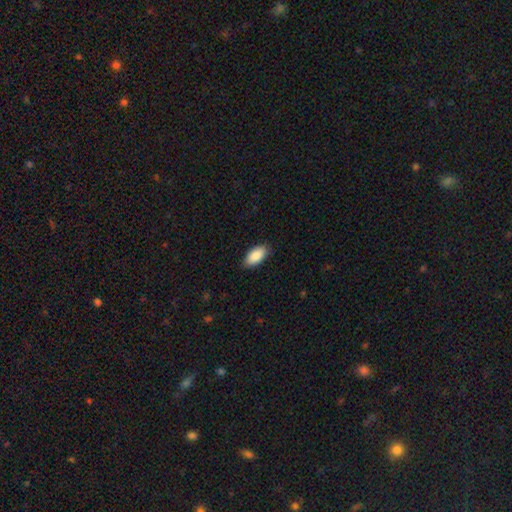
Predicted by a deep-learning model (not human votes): smooth_or_featured: smooth (p=0.89) [alt: star or artifact p=0.06]
how_rounded: in between (p=0.93) [alt: cigar-shaped p=0.05]
merging: none (p=0.87) [alt: minor disturbance p=0.10]